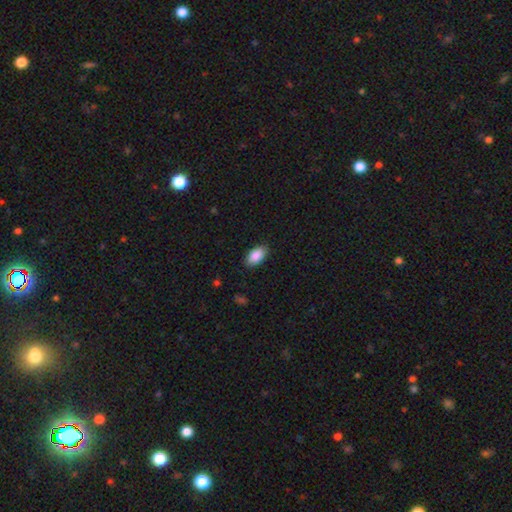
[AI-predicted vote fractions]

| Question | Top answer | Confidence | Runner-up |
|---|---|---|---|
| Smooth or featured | smooth | 89% | star or artifact (7%) |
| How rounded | in between | 94% | round (3%) |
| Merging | none | 87% | minor disturbance (10%) |